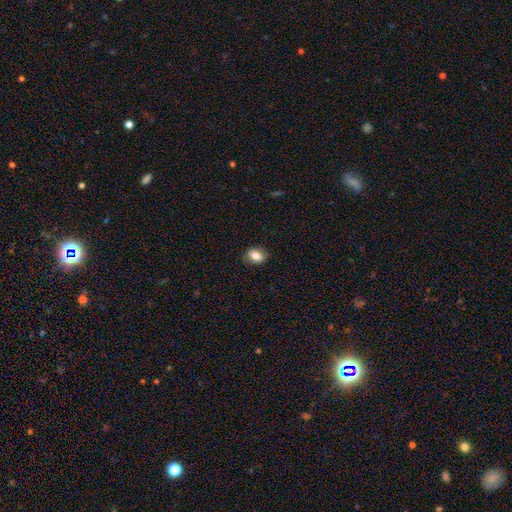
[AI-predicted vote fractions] The model was most divided on "how rounded": in between: 74%, round: 25%, cigar-shaped: 2%. More confident: merging — none (81%); smooth or featured — smooth (78%).